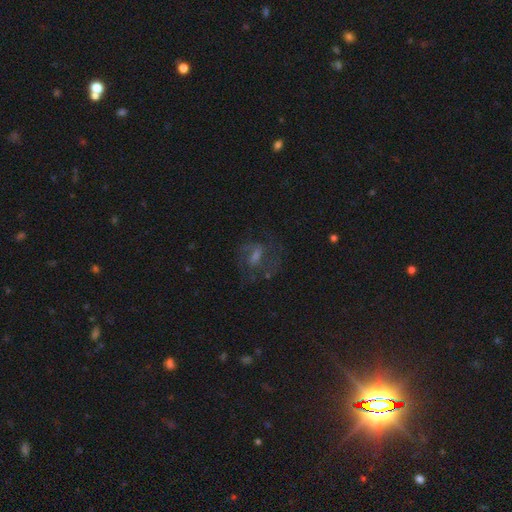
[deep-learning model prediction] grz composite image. It shows a featured or disk galaxy (53%). Merging: none (65%).